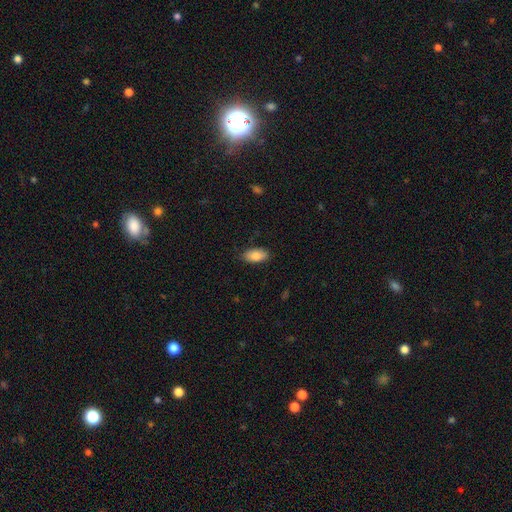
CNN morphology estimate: A smooth galaxy with no disk features (86%) that is in between round and cigar-shaped (92%).

Vote fractions:
- Smooth or featured? smooth: 86% / featured or disk: 7% / star or artifact: 6%
- How rounded? in between: 92% / cigar-shaped: 6% / round: 3%
- Merging? none: 85% / minor disturbance: 11% / major disturbance: 2% / merger: 1%